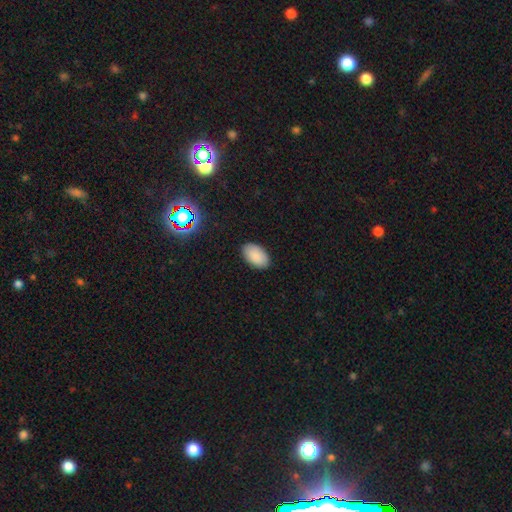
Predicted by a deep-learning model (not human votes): Smooth or featured: smooth — 89% (star or artifact — 7%)
How rounded: in between — 94% (round — 4%)
Merging: none — 88% (minor disturbance — 9%)